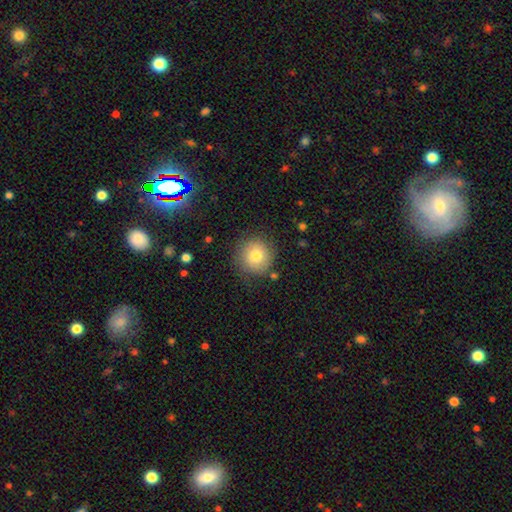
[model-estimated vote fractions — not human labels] Overall: smooth (76%). How rounded: round (93%). Merging: none (80%).